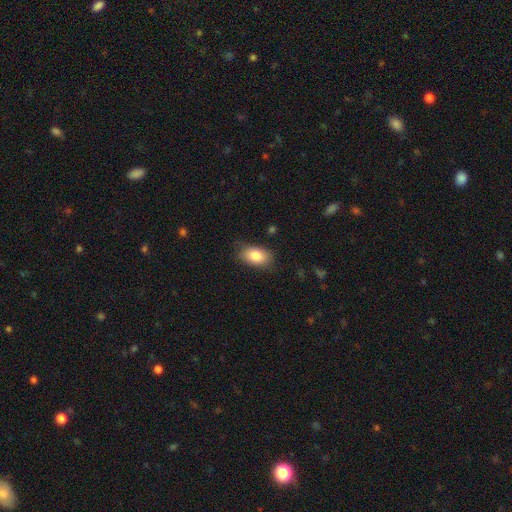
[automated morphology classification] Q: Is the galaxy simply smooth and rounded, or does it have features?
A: smooth — 83%.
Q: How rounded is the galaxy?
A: in between — 90%.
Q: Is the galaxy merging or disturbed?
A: none — 80%.